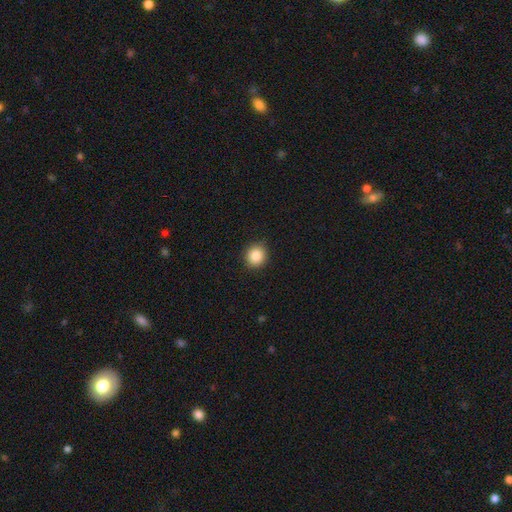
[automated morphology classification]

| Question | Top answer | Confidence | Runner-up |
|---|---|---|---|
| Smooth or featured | smooth | 86% | star or artifact (9%) |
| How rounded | round | 86% | in between (13%) |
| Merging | none | 90% | minor disturbance (7%) |